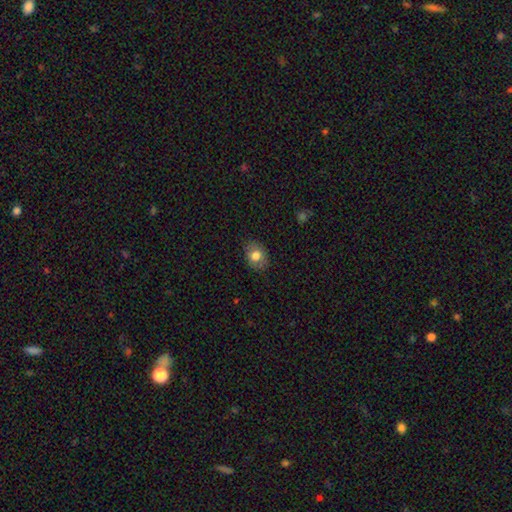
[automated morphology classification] smooth 78%, featured or disk 14%, star or artifact 8%. Down the decision tree: how rounded — in between (65%); merging — none (84%).